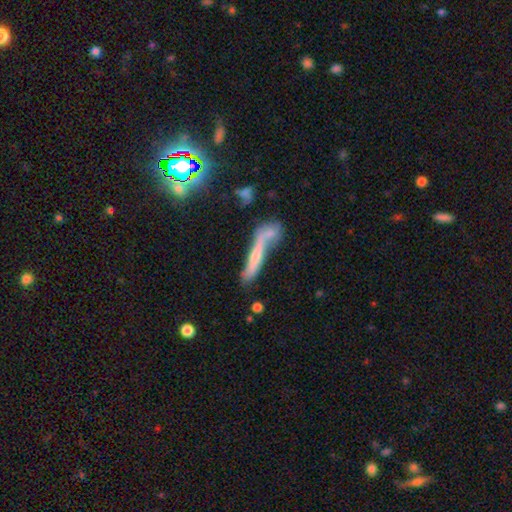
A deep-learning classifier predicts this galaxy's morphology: A smooth galaxy with no disk features (48%). Merging: none (43%).